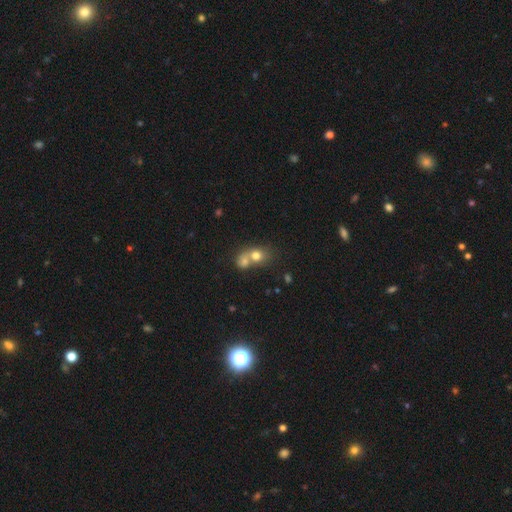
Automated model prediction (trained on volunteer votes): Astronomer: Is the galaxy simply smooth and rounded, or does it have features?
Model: smooth — 71%.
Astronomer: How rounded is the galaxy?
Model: round — 60% (runner-up: in between, 39%).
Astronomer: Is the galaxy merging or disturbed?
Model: merger — 68%.